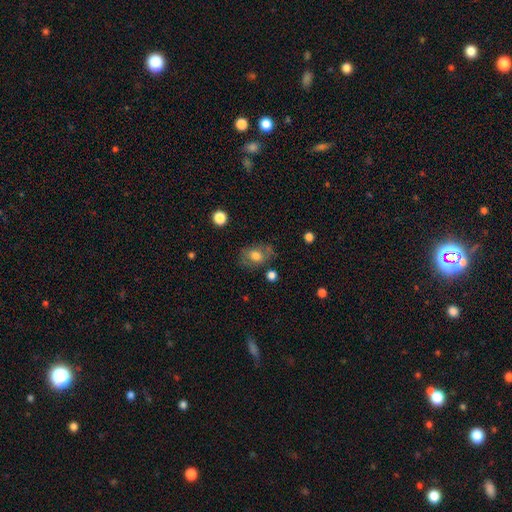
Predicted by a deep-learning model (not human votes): This appears to be a smooth galaxy with no disk features (67%) that is in between round and cigar-shaped (67%). Merging: none (65%).